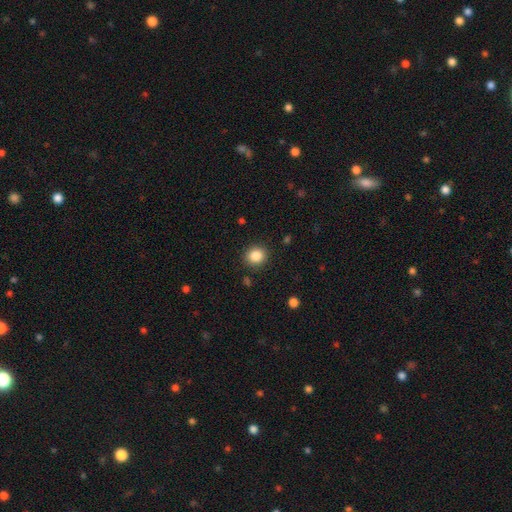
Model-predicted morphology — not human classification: Smooth or featured? Predicted: smooth (p=0.86). How rounded? Predicted: round (p=0.84). Merging? Predicted: none (p=0.89).